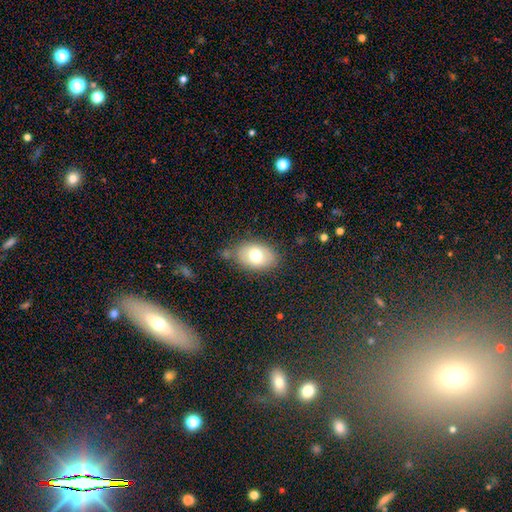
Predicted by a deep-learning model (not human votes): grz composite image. It shows a smooth galaxy with no disk features (72%) that is in between round and cigar-shaped (86%). Merging: none (73%).